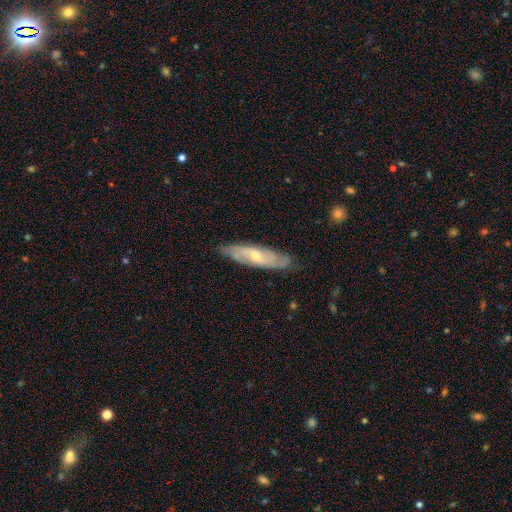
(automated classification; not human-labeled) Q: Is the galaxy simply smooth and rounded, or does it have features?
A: featured or disk — 68%.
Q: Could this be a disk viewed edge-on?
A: no — 69%.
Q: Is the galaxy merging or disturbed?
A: none — 78%.